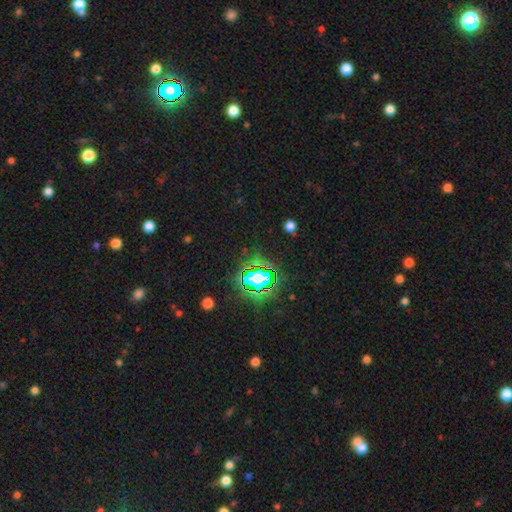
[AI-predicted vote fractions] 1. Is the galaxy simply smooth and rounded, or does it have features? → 79% star or artifact, 14% smooth, 7% featured or disk.